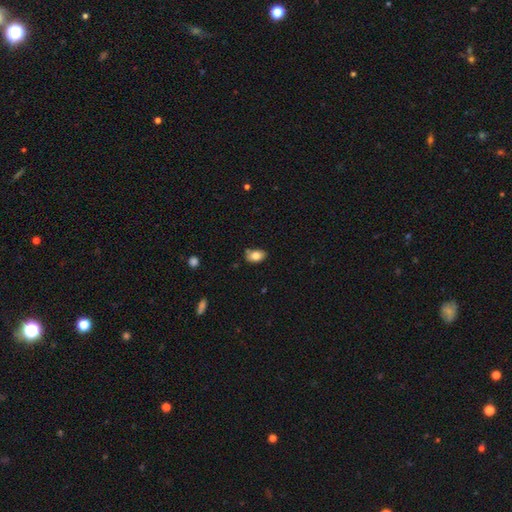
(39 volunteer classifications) Morphology: type=smooth (90%); roundness=in between (94%); merging=none (81%).